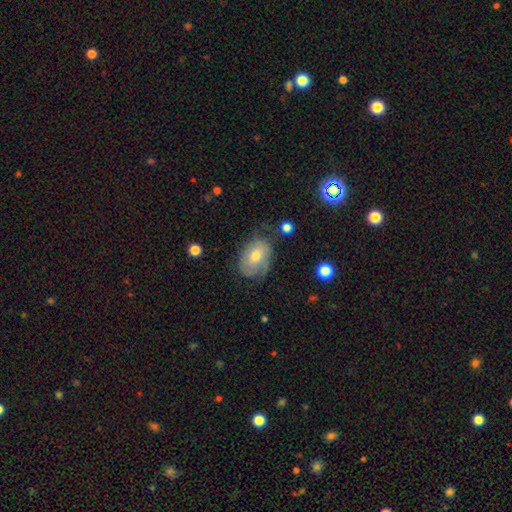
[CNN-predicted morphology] Overall: featured or disk (47%; smooth 44%). Merging: none (58%; minor disturbance 29%).